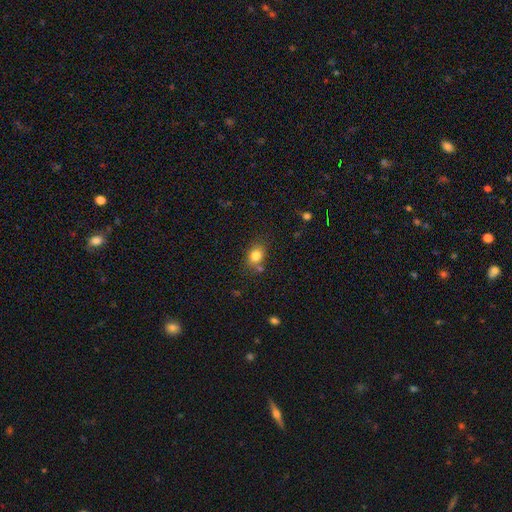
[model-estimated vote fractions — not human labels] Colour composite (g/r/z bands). It shows a smooth galaxy with no disk features (82%) that is in between round and cigar-shaped (52%). Merging: none (71%).